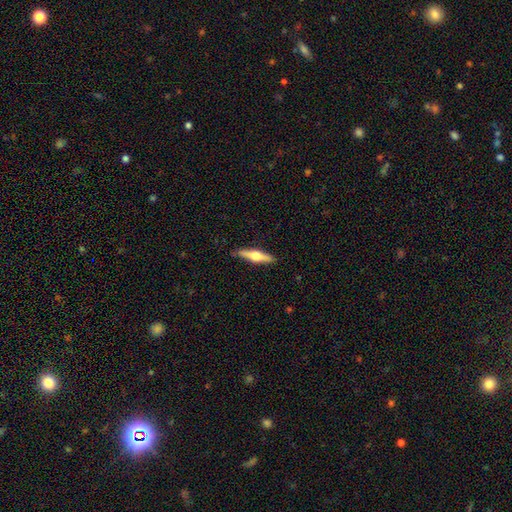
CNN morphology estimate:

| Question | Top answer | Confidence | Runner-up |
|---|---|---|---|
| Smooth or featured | featured or disk | 62% | smooth (33%) |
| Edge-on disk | yes | 97% | no (3%) |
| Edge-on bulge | rounded | 94% | boxy (4%) |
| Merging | none | 88% | minor disturbance (9%) |